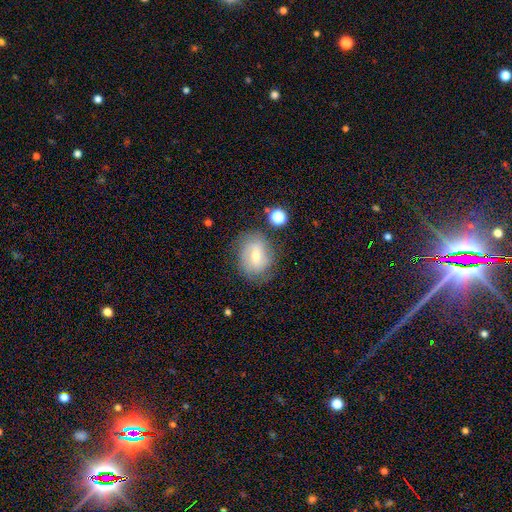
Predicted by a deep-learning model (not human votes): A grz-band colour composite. It shows a smooth galaxy with no disk features (48%). Merging: none (71%).